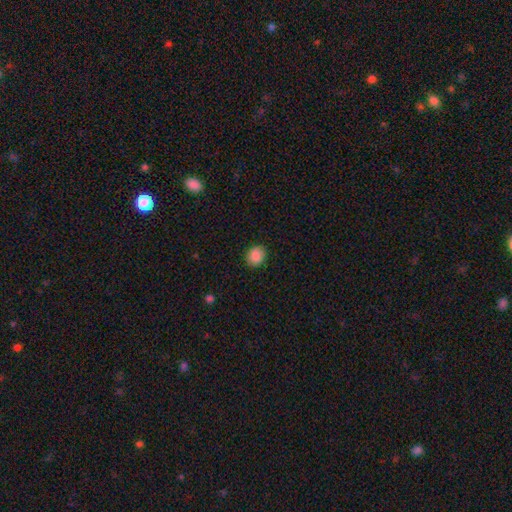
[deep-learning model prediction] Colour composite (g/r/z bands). It shows a smooth galaxy with no disk features (88%) that is round (69%). Merging: none (89%).